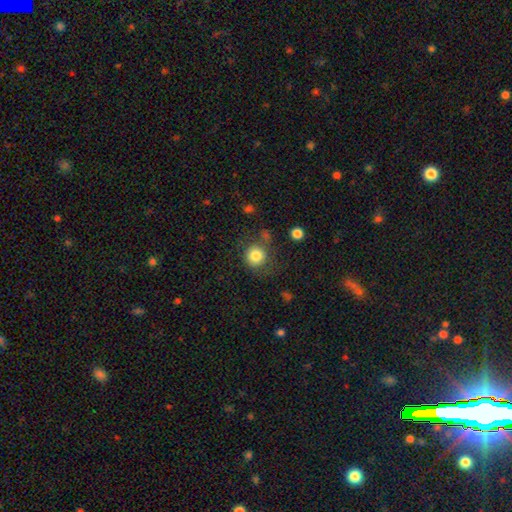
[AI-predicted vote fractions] A smooth galaxy with no disk features (82%) that is round (90%).

Vote fractions:
- Smooth or featured? smooth: 82% / star or artifact: 10% / featured or disk: 8%
- How rounded? round: 90% / in between: 9% / cigar-shaped: 1%
- Merging? none: 68% / minor disturbance: 16% / major disturbance: 9% / merger: 7%